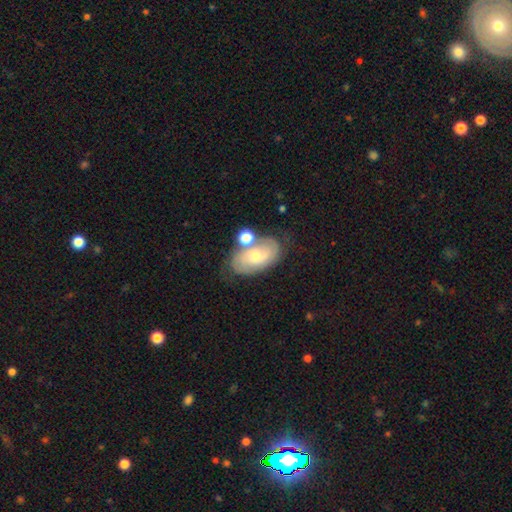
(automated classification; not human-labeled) Smooth or featured? Predicted: featured or disk (p=0.56). Edge-on disk? Predicted: no (p=0.94). Bar? Predicted: no (p=0.66). Spiral arms? Predicted: yes (p=0.77). Bulge size? Predicted: moderate (p=0.49). Merging? Predicted: none (p=0.54).